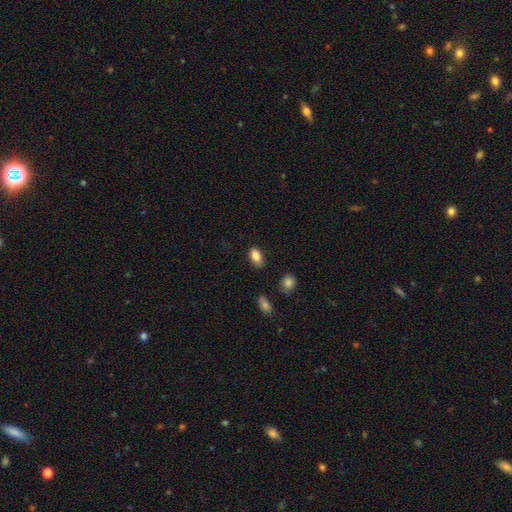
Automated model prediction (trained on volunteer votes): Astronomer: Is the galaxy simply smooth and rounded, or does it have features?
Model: smooth — 86%.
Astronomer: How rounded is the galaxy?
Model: in between — 90%.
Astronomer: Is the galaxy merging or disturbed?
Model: none — 80%.